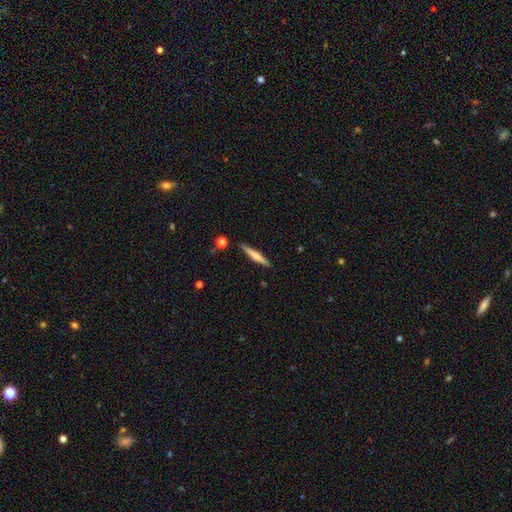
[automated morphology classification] Smooth or featured? Predicted: smooth (p=0.52). How rounded? Predicted: cigar-shaped (p=0.93). Merging? Predicted: none (p=0.88).